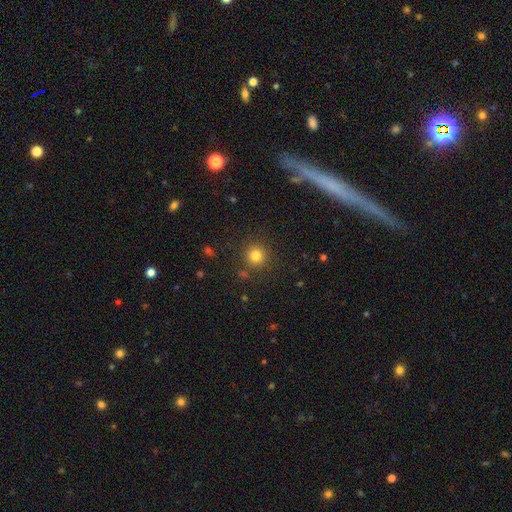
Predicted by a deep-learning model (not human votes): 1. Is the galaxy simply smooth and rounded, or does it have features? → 80% smooth, 14% star or artifact, 6% featured or disk.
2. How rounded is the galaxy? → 94% round, 5% in between, 1% cigar-shaped.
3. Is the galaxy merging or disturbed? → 87% none, 7% minor disturbance, 3% merger, 3% major disturbance.